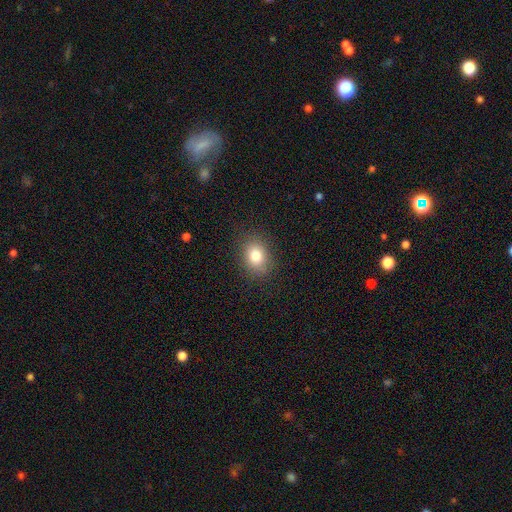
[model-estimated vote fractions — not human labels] Smooth or featured? Predicted: smooth (p=0.81). How rounded? Predicted: in between (p=0.52). Merging? Predicted: none (p=0.86).